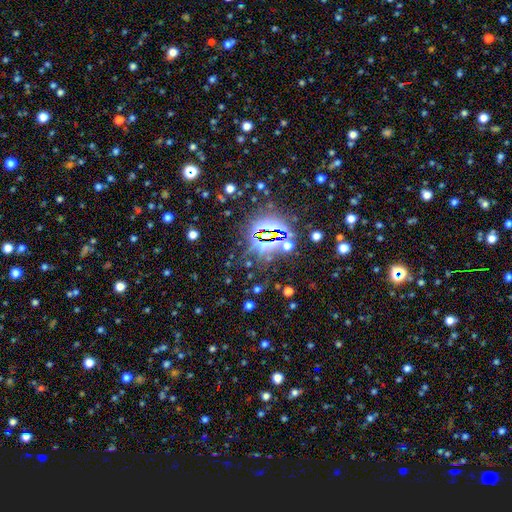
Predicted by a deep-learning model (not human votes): Morphology: type=star or artifact (81%).